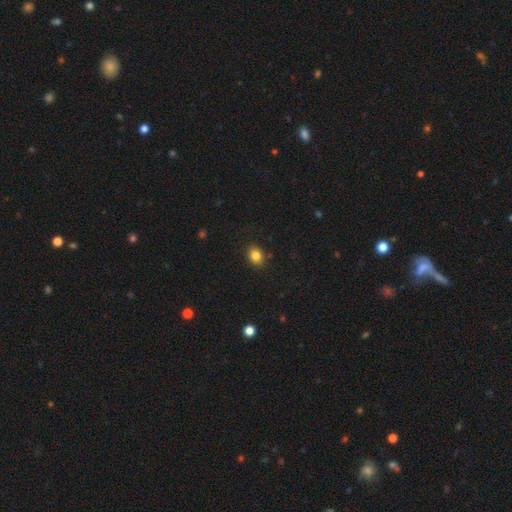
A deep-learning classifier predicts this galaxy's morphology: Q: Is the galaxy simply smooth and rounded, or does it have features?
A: smooth — 83%.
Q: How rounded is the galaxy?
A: in between — 60%.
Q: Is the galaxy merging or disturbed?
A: none — 88%.